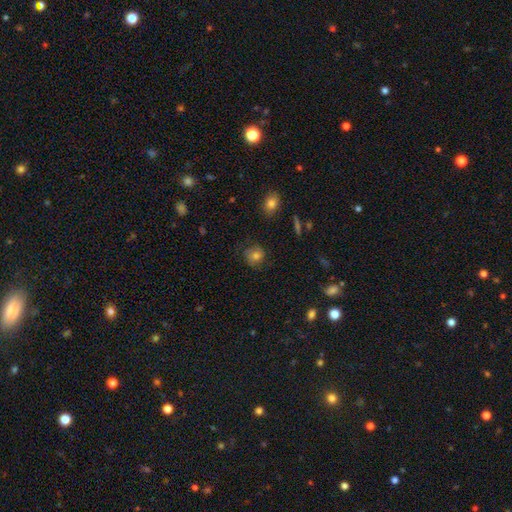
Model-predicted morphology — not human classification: This is likely a smooth galaxy (71%). How rounded: clearly round (83%). Merging: likely none (74%).